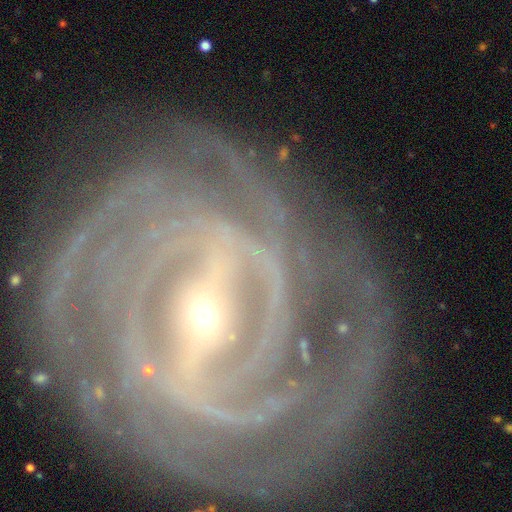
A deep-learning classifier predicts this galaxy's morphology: smooth-or-featured: featured or disk: 91% | star or artifact: 6% | smooth: 4%
  disk-edge-on: no: 96% | yes: 4%
    bar: strong: 64% | weak: 23% | no: 13%
    has-spiral-arms: yes: 97% | no: 3%
      spiral-winding: tight: 69% | medium: 26% | loose: 6%
      spiral-arm-count: 2: 25% | 3: 20% | can't tell: 19% | 4: 17% | more than 4: 11% | 1: 8%
    bulge-size: small: 77% | moderate: 19% | large: 2% | none: 1% | dominant: 1%
  merging: none: 66% | minor disturbance: 17% | major disturbance: 14% | merger: 3%